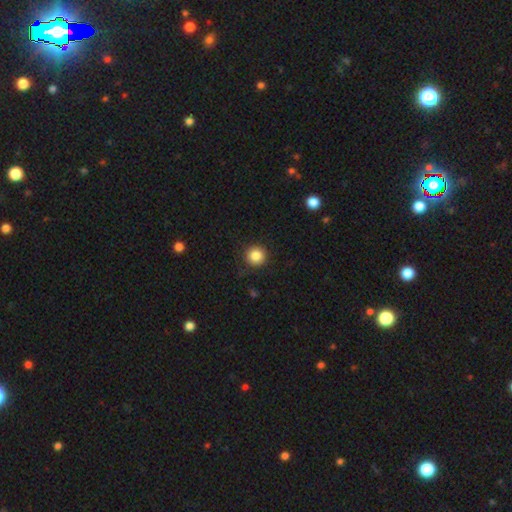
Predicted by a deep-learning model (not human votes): Smooth or featured: smooth — 85% (star or artifact — 10%)
How rounded: round — 95% (in between — 4%)
Merging: none — 87% (minor disturbance — 9%)